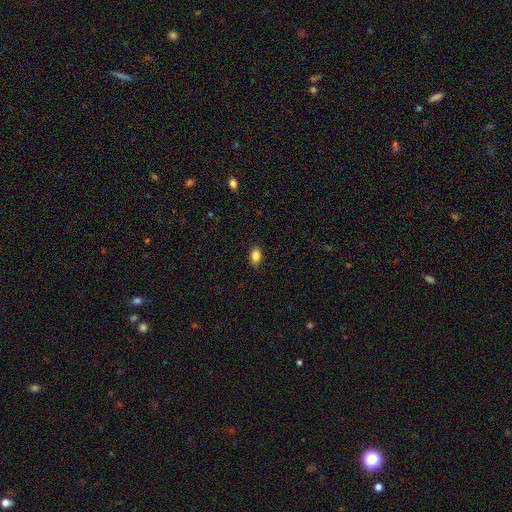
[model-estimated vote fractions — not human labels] Morphology: type=smooth (85%); roundness=in between (82%); merging=none (85%).